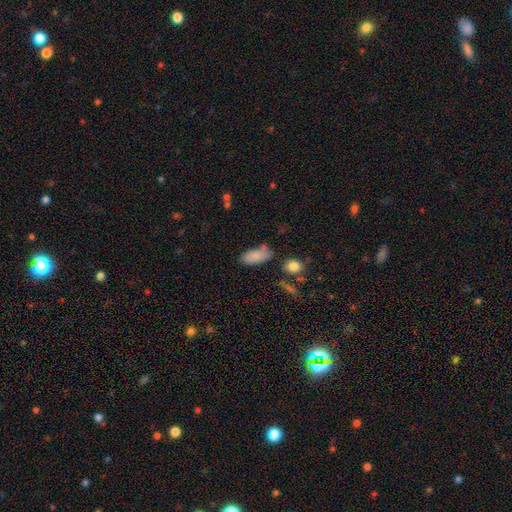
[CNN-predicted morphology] Q: Smooth or featured?
A: smooth (84%); runner-up: star or artifact (8%)
Q: How rounded?
A: in between (88%); runner-up: cigar-shaped (10%)
Q: Merging?
A: none (63%); runner-up: minor disturbance (19%)